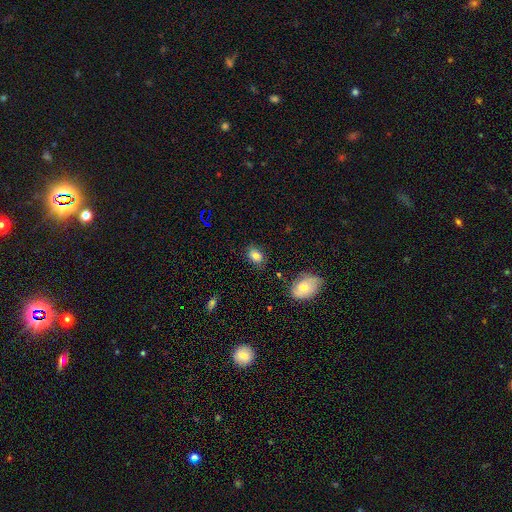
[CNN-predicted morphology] Smooth or featured: smooth — 80% (star or artifact — 11%)
How rounded: in between — 76% (round — 22%)
Merging: none — 82% (minor disturbance — 13%)